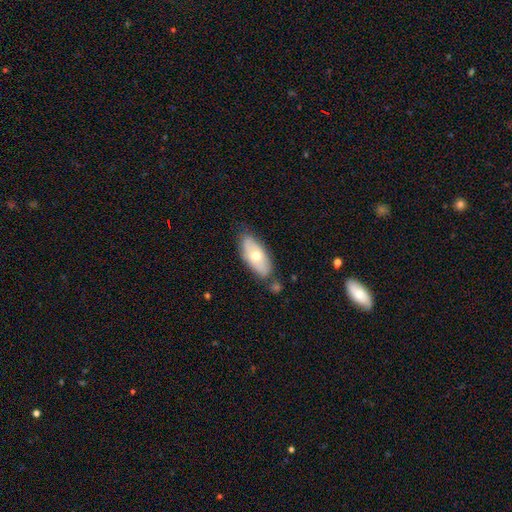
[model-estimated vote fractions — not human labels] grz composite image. It shows a smooth galaxy with no disk features (57%) that is in between round and cigar-shaped (87%). Merging: none (71%).